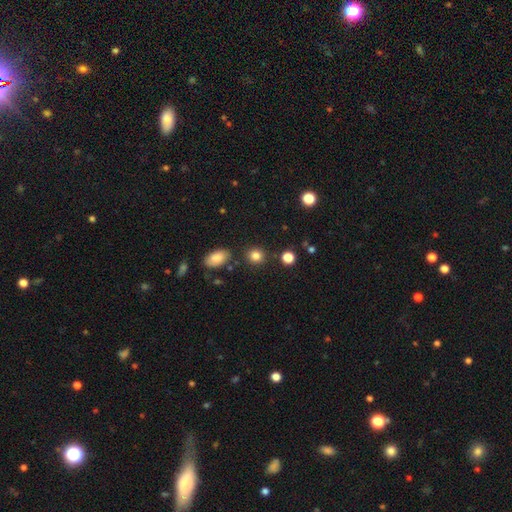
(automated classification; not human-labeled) Q: Smooth or featured?
A: smooth (84%); runner-up: star or artifact (11%)
Q: How rounded?
A: round (80%); runner-up: in between (18%)
Q: Merging?
A: none (85%); runner-up: minor disturbance (8%)